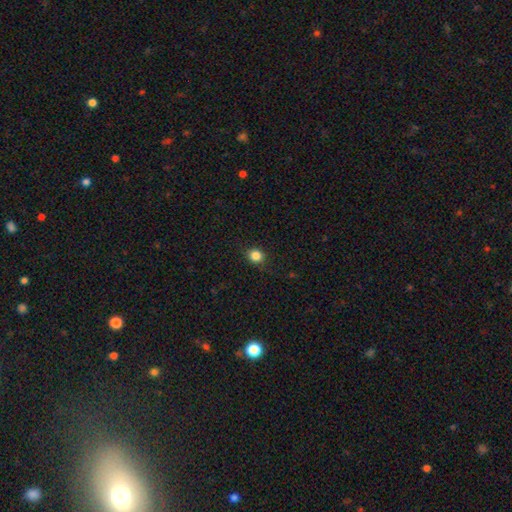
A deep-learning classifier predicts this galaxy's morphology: Overall: smooth (84%). How rounded: round (82%). Merging: none (86%).